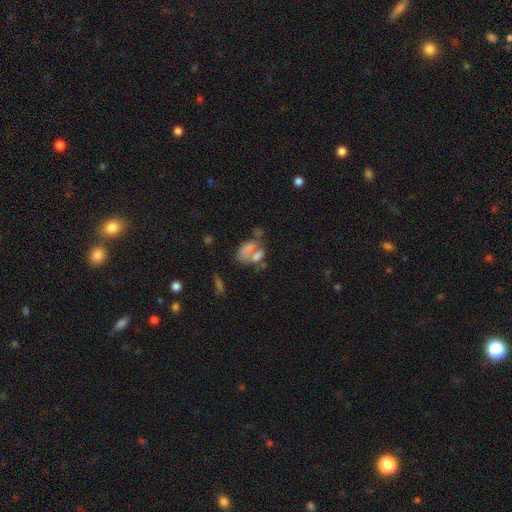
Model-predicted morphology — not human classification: smooth 59%, featured or disk 26%, star or artifact 15%. Down the decision tree: how rounded — in between (82%); merging — merger (51%).